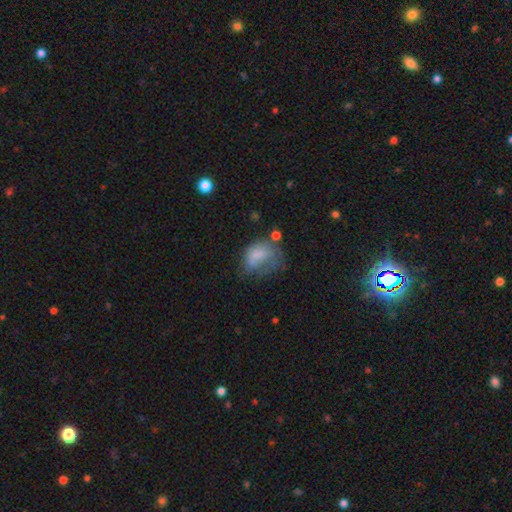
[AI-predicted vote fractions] This is likely a smooth galaxy (65%). How rounded: likely in between (67%). Merging: marginally major disturbance (36%).